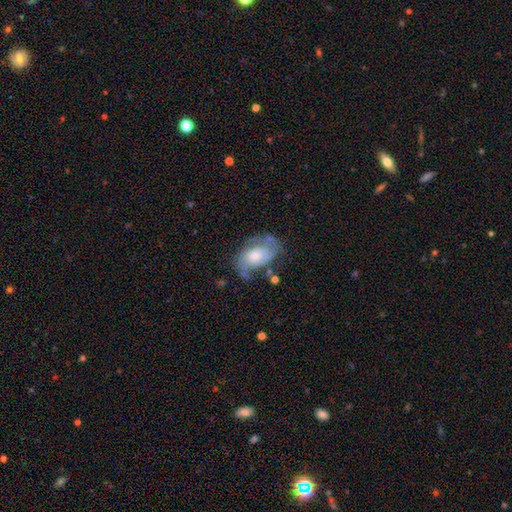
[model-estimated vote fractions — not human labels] Smooth or featured: featured or disk — 68% (smooth — 25%)
Edge-on disk: no — 96% (yes — 4%)
Bar: no — 71% (weak — 24%)
Spiral arms: yes — 83% (no — 17%)
Spiral winding: medium — 43% (loose — 31%)
Spiral arm count: 2 — 72% (can't tell — 15%)
Bulge size: moderate — 42% (small — 38%)
Merging: none — 51% (minor disturbance — 25%)